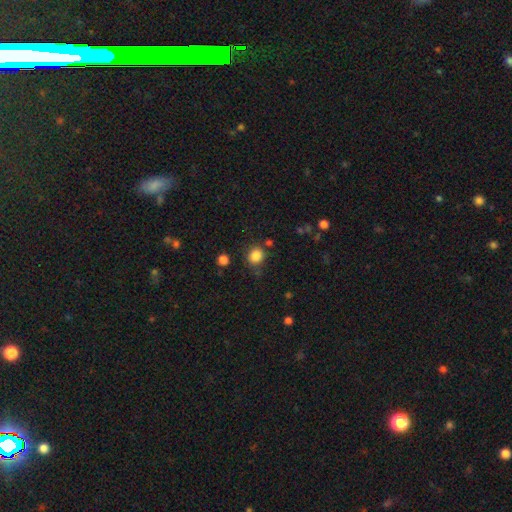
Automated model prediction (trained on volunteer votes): A smooth galaxy with no disk features (85%) that is round (76%).

Vote fractions:
- Smooth or featured? smooth: 85% / star or artifact: 11% / featured or disk: 4%
- How rounded? round: 76% / in between: 23% / cigar-shaped: 1%
- Merging? none: 79% / minor disturbance: 13% / merger: 5% / major disturbance: 4%